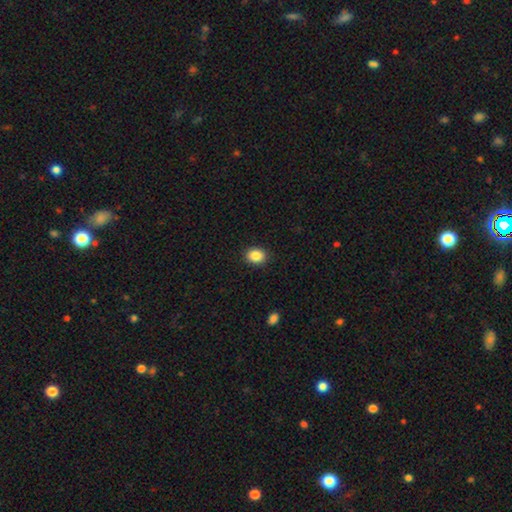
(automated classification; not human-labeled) This is clearly a smooth galaxy (87%). How rounded: possibly in between (52%). Merging: clearly none (90%).